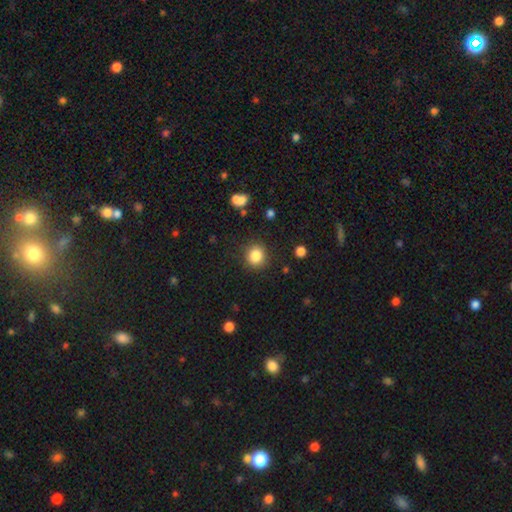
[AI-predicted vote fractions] Smooth or featured? Predicted: smooth (p=0.85). How rounded? Predicted: round (p=0.86). Merging? Predicted: none (p=0.88).